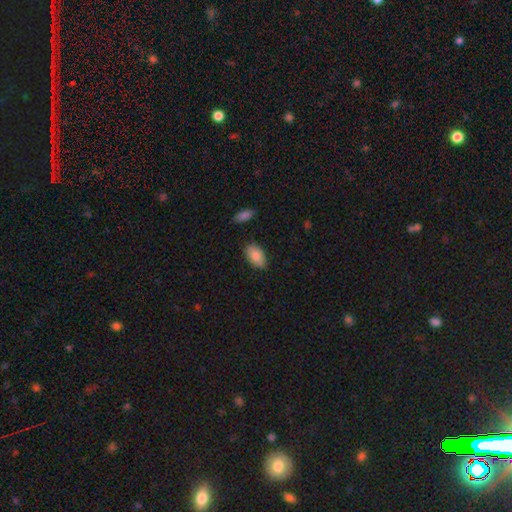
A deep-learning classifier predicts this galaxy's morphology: Q: Smooth or featured?
A: smooth (84%); runner-up: featured or disk (9%)
Q: How rounded?
A: in between (93%); runner-up: round (5%)
Q: Merging?
A: none (80%); runner-up: minor disturbance (16%)